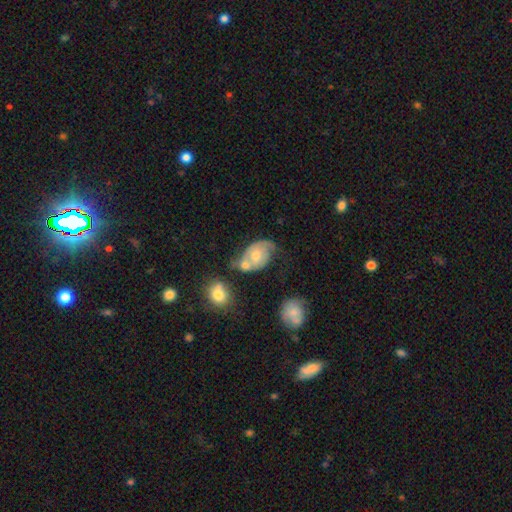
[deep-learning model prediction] This appears to be a featured or disk galaxy (63%) with no bar (75%), spiral arms (81%) and a moderate central bulge (55%). Merging: merger (38%).